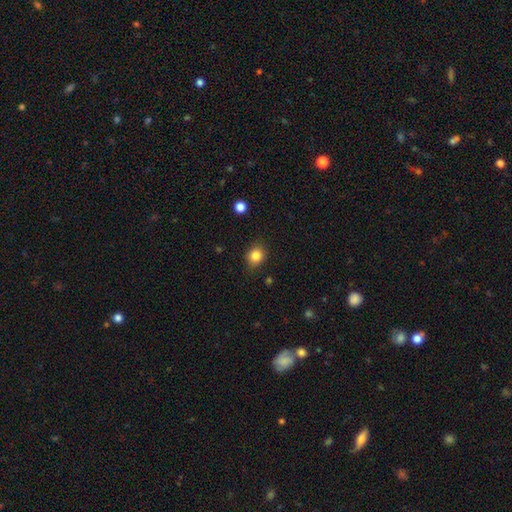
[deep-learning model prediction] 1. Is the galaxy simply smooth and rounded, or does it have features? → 84% smooth, 11% star or artifact, 5% featured or disk.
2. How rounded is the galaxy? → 71% round, 28% in between, 1% cigar-shaped.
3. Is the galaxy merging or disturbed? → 85% none, 11% minor disturbance, 3% major disturbance, 1% merger.